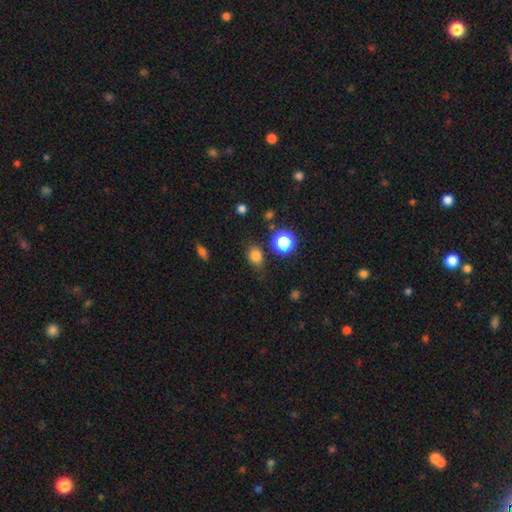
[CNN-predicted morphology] This is likely a smooth galaxy (79%). How rounded: possibly in between (52%). Merging: likely none (75%).